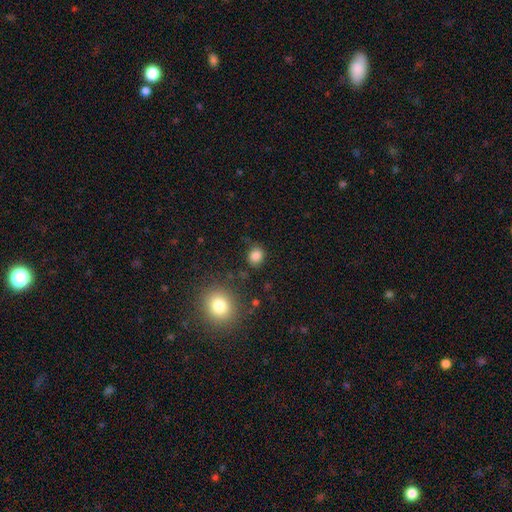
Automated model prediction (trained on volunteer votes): Smooth or featured? smooth (83%)
How rounded? round (72%)
Merging? none (79%)